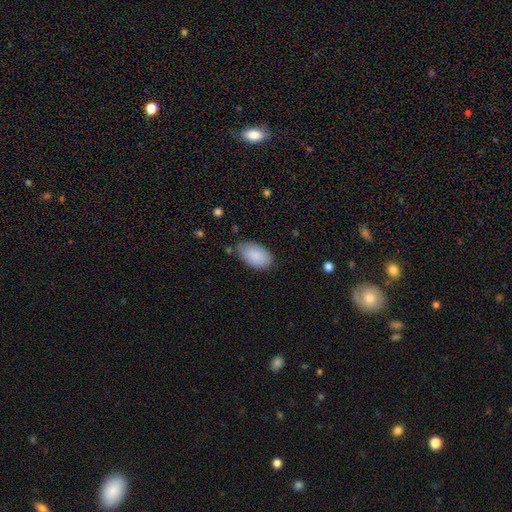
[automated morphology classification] Q: Smooth or featured?
A: smooth (88%); runner-up: star or artifact (6%)
Q: How rounded?
A: in between (95%); runner-up: round (4%)
Q: Merging?
A: none (74%); runner-up: minor disturbance (20%)